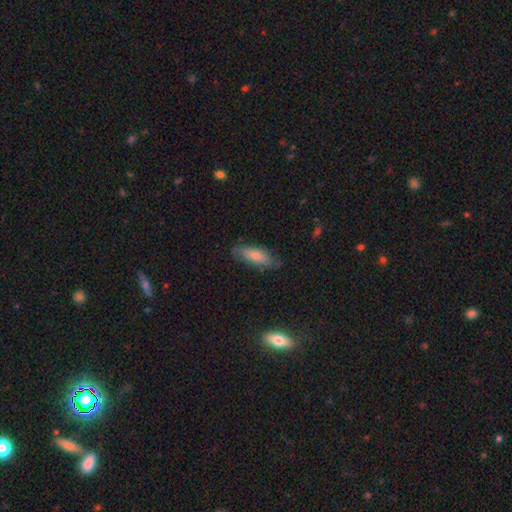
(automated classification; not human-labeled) Smooth or featured?
  - smooth: 66% *
  - featured or disk: 28%
  - star or artifact: 7%
How rounded?
  - in between: 65% *
  - cigar-shaped: 33%
  - round: 2%
Merging?
  - none: 70% *
  - minor disturbance: 23%
  - major disturbance: 6%
  - merger: 1%